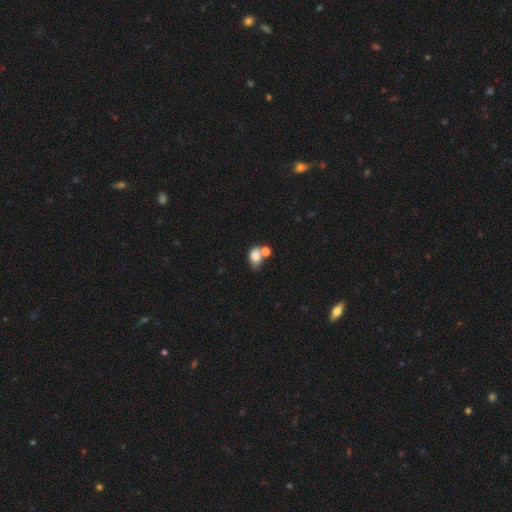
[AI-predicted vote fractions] This appears to be a smooth galaxy with no disk features (79%) that is in between round and cigar-shaped (73%). Merging: merger (46%).